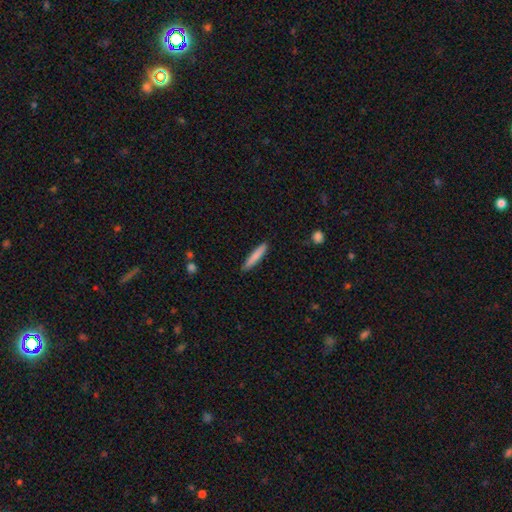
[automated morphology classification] smooth_or_featured: smooth (p=0.81) [alt: featured or disk p=0.14]
how_rounded: cigar-shaped (p=0.93) [alt: in between p=0.06]
merging: none (p=0.89) [alt: minor disturbance p=0.08]